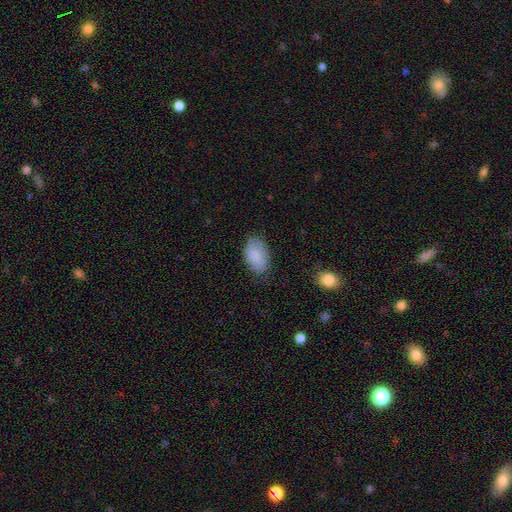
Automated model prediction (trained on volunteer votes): This is clearly a smooth galaxy (85%). How rounded: clearly in between (92%). Merging: likely none (75%).